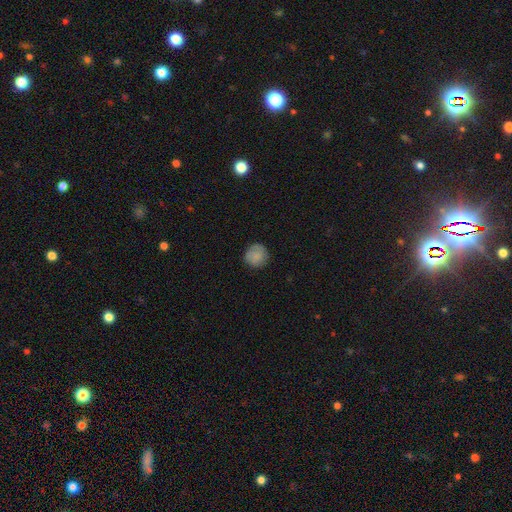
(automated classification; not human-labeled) Smooth or featured? smooth (80%)
How rounded? round (91%)
Merging? none (80%)